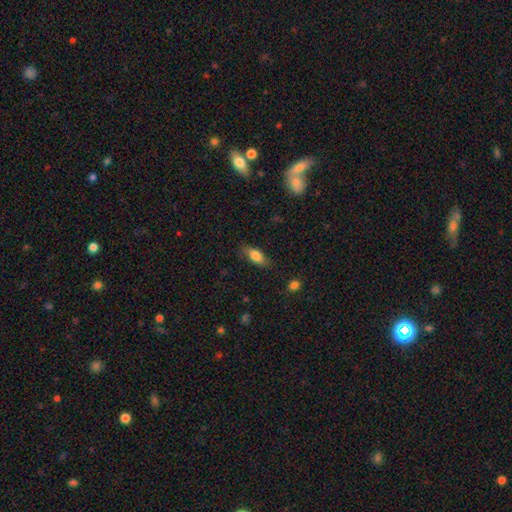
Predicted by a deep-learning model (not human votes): Smooth or featured? smooth (78%)
How rounded? in between (79%)
Merging? none (78%)